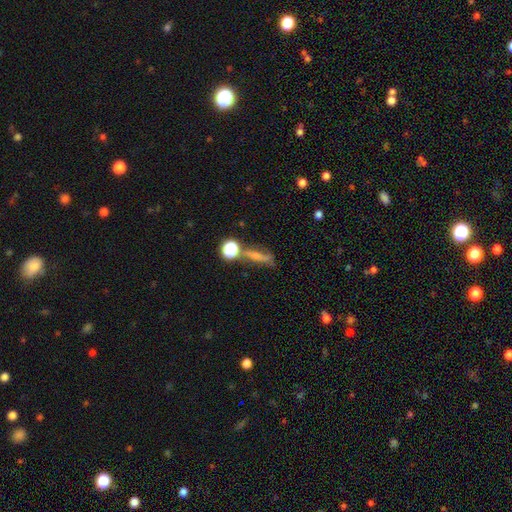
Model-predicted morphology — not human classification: smooth_or_featured: smooth (p=0.46) [alt: star or artifact p=0.30]
merging: none (p=0.53) [alt: merger p=0.23]